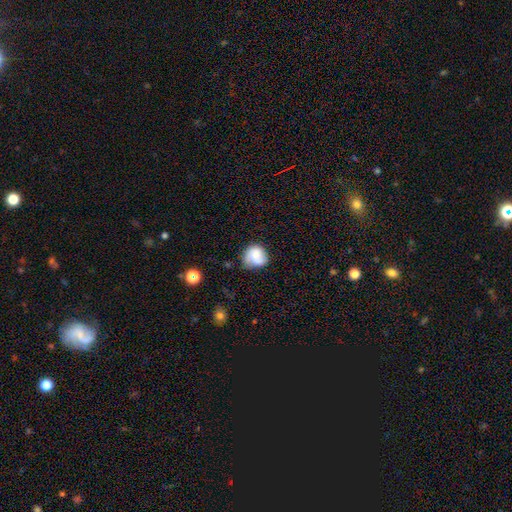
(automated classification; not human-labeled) This is likely a smooth galaxy (64%). How rounded: likely round (76%). Merging: possibly none (53%).